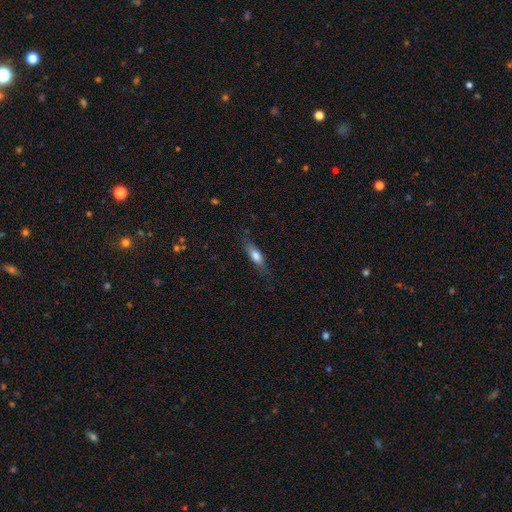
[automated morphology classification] Overall: smooth (69%). How rounded: cigar-shaped (50%; in between 48%). Merging: none (74%).